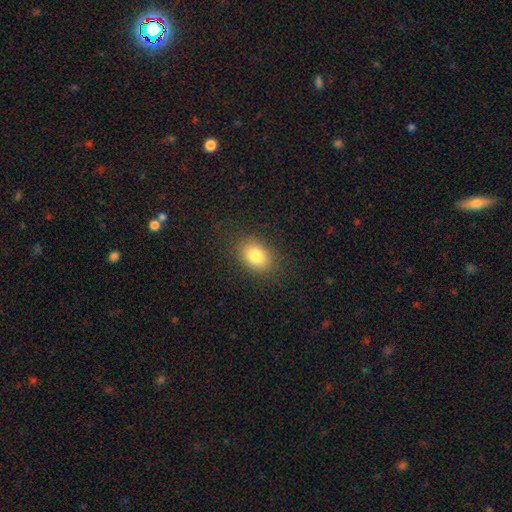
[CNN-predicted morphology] Smooth or featured: smooth — 82% (star or artifact — 10%)
How rounded: in between — 72% (round — 27%)
Merging: none — 85% (minor disturbance — 10%)